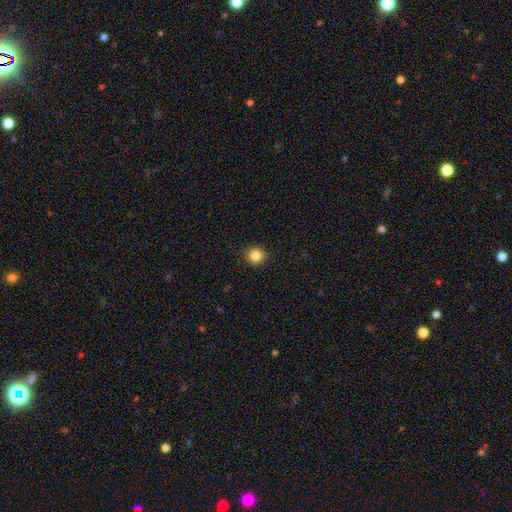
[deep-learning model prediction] Smooth or featured? Predicted: smooth (p=0.85). How rounded? Predicted: round (p=0.92). Merging? Predicted: none (p=0.92).